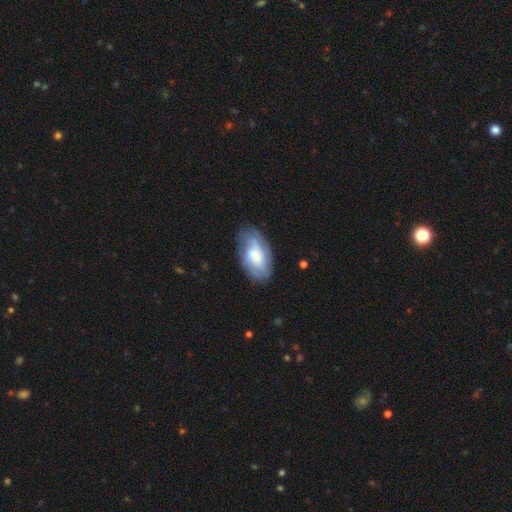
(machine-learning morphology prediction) Smooth or featured? Predicted: featured or disk (p=0.51). Edge-on disk? Predicted: no (p=0.94). Merging? Predicted: none (p=0.70).